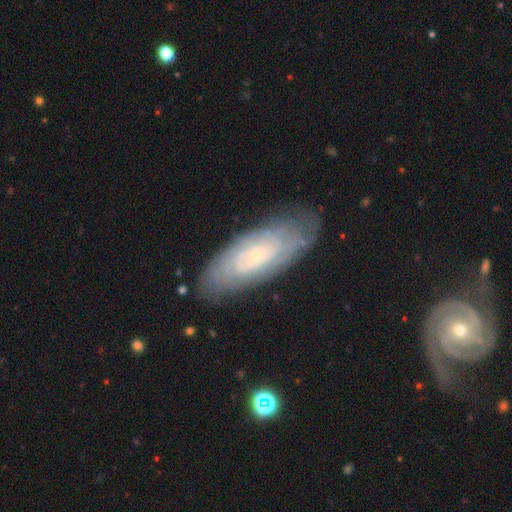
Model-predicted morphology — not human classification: The model was most divided on "spiral arm count": can't tell: 62%, 2: 13%, 4: 8%, 3: 7%, more than 4: 6%, 1: 4%. More confident: edge-on disk — no (90%); spiral arms — yes (87%); bulge size — small (86%); merging — none (80%); spiral winding — tight (79%); bar — no (77%); smooth or featured — featured or disk (72%).